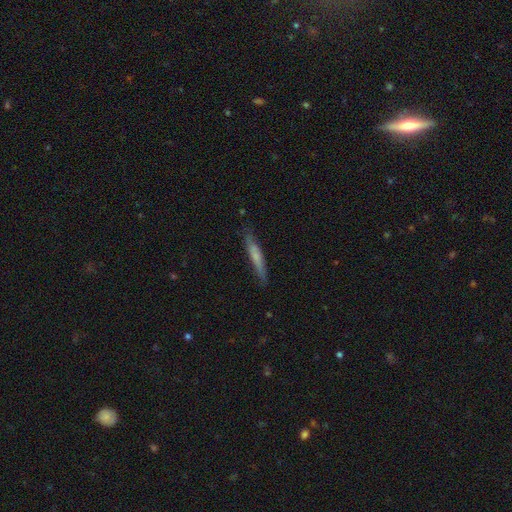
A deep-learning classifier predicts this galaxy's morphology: This is likely a smooth galaxy (60%). How rounded: clearly cigar-shaped (94%). Merging: clearly none (81%).